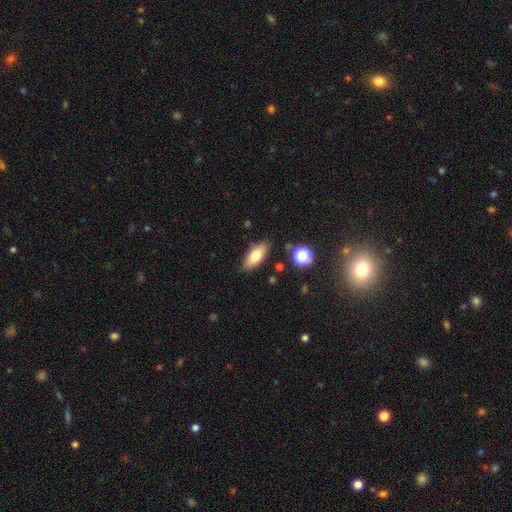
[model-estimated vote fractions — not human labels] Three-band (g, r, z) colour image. It shows a smooth galaxy with no disk features (72%) that is in between round and cigar-shaped (79%). Merging: none (84%).